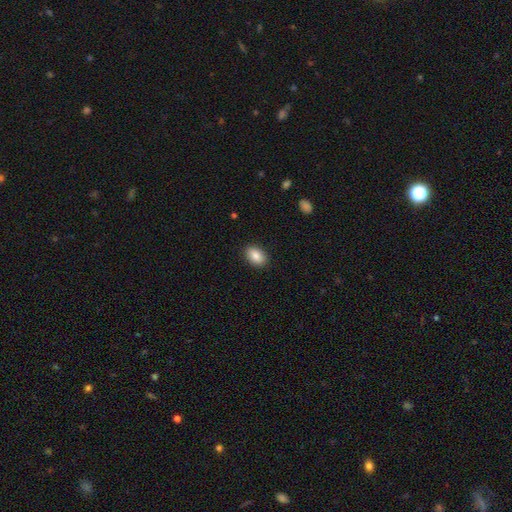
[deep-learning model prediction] This appears to be a smooth galaxy with no disk features (86%) that is in between round and cigar-shaped (87%). Merging: none (90%).